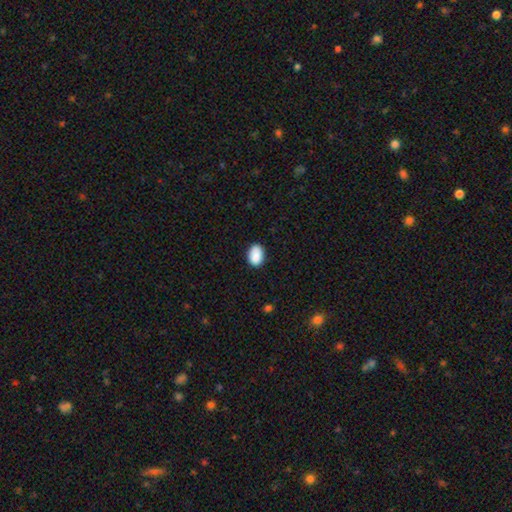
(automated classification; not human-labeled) Smooth or featured?
  - smooth: 89% *
  - star or artifact: 7%
  - featured or disk: 4%
How rounded?
  - in between: 81% *
  - round: 18%
  - cigar-shaped: 1%
Merging?
  - none: 82% *
  - minor disturbance: 14%
  - major disturbance: 2%
  - merger: 1%